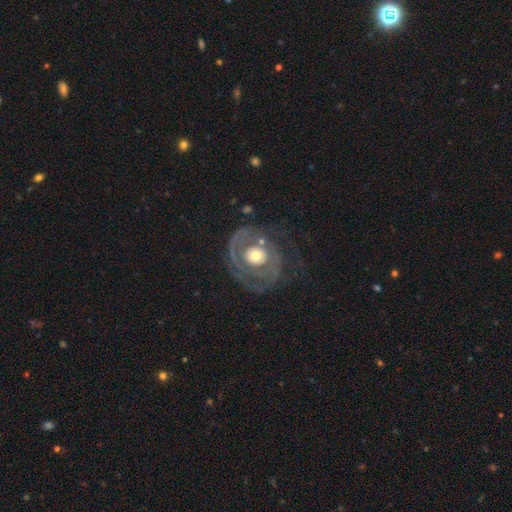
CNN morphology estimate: featured or disk 82%, smooth 12%, star or artifact 6%. Down the decision tree: edge-on disk — no (97%); bar — no (81%); spiral arms — yes (86%); spiral arm count — 2 (44%); spiral winding — tight (60%); bulge size — moderate (65%); merging — none (61%).